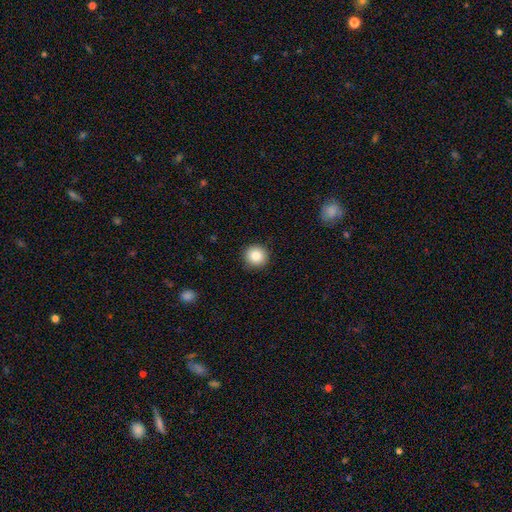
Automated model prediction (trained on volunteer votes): smooth_or_featured: smooth (p=0.86) [alt: star or artifact p=0.09]
how_rounded: round (p=0.94) [alt: in between p=0.05]
merging: none (p=0.91) [alt: minor disturbance p=0.07]